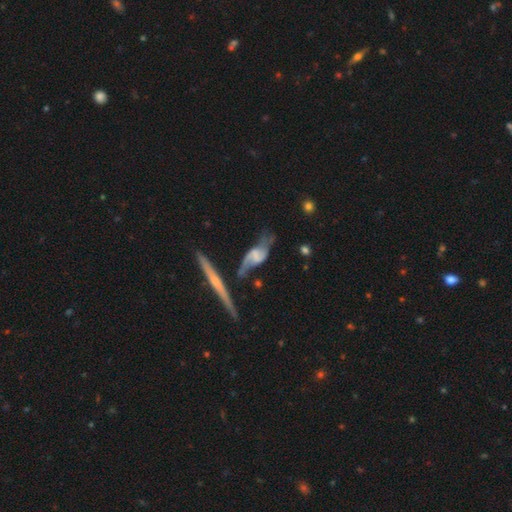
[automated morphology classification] Overall: featured or disk (76%). Edge-on disk: no (88%). Bar: weak (41%; no 40%). Spiral arms: yes (88%). Spiral arm count: 2 (89%). Spiral winding: loose (77%). Bulge size: none (53%; small 24%). Merging: none (48%; minor disturbance 23%).